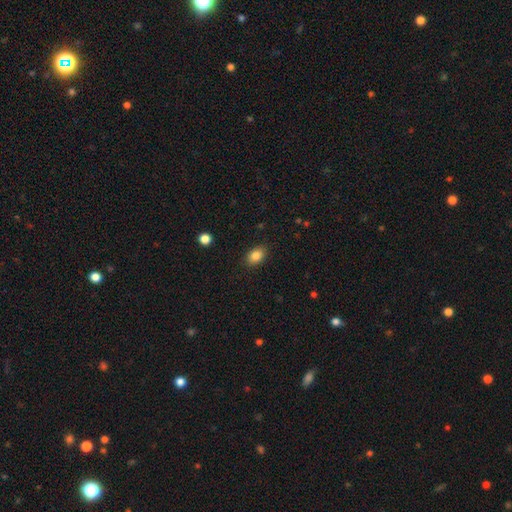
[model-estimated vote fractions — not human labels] Smooth or featured? smooth (85%)
How rounded? in between (80%)
Merging? none (86%)